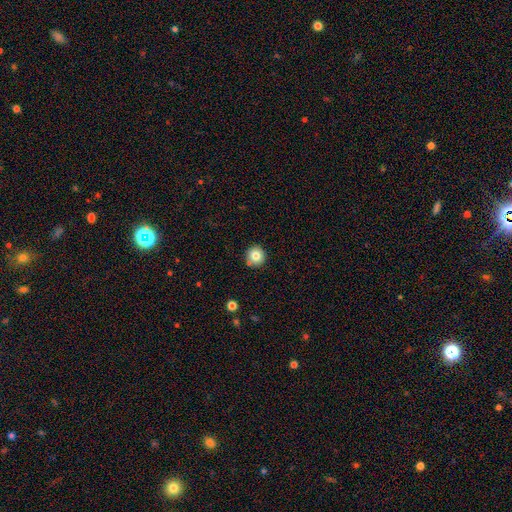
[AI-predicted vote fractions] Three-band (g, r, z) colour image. It shows a smooth galaxy with no disk features (81%) that is round (94%). Merging: none (85%).